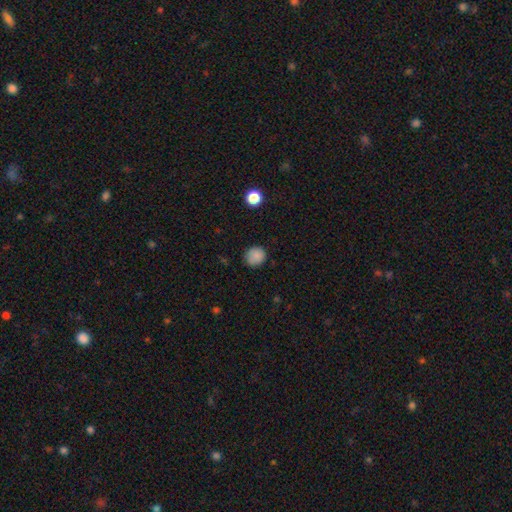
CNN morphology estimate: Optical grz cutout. It shows a smooth galaxy with no disk features (85%) that is round (84%). Merging: none (81%).